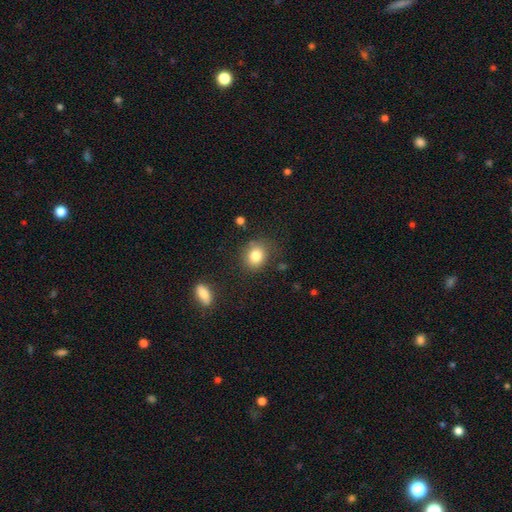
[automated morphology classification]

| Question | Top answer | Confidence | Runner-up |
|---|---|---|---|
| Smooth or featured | smooth | 82% | star or artifact (10%) |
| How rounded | round | 69% | in between (30%) |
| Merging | none | 81% | minor disturbance (13%) |